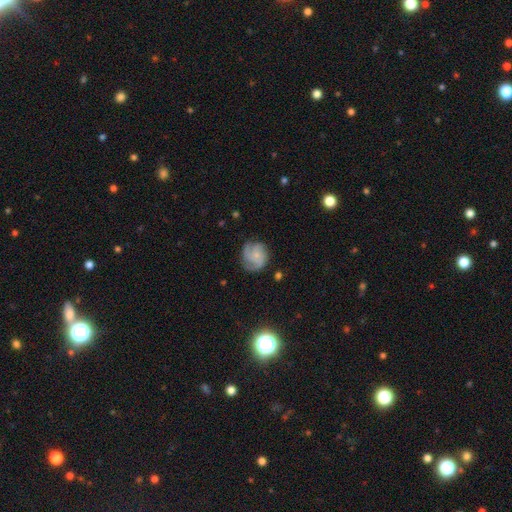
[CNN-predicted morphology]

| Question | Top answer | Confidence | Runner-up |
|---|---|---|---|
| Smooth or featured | featured or disk | 73% | smooth (19%) |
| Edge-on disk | no | 98% | yes (2%) |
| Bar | no | 77% | weak (20%) |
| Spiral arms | yes | 95% | no (5%) |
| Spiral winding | medium | 43% | tight (42%) |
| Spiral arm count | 3 | 52% | can't tell (14%) |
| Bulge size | small | 71% | moderate (16%) |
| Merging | none | 69% | minor disturbance (20%) |